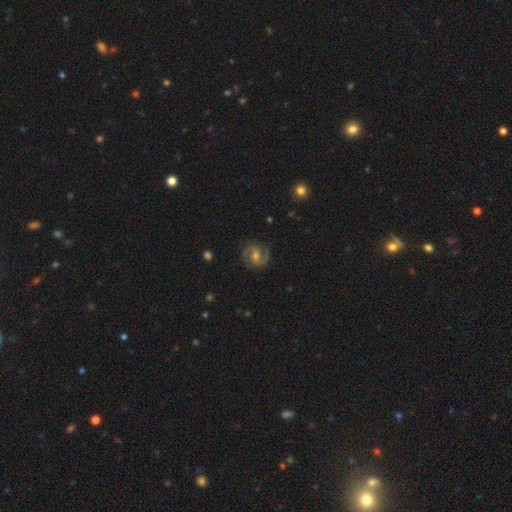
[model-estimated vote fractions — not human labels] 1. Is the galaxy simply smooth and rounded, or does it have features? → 86% featured or disk, 7% smooth, 7% star or artifact.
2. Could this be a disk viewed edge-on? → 98% no, 2% yes.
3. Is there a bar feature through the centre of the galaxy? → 50% weak, 35% no, 15% strong.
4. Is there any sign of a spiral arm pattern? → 98% yes, 2% no.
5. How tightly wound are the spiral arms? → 53% medium, 36% tight, 11% loose.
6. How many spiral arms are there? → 90% 2, 3% 3, 3% can't tell, 1% 1, 1% 4, 1% more than 4.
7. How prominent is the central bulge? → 51% moderate, 39% small, 4% none, 4% large, 1% dominant.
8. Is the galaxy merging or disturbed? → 85% none, 10% minor disturbance, 3% major disturbance, 1% merger.